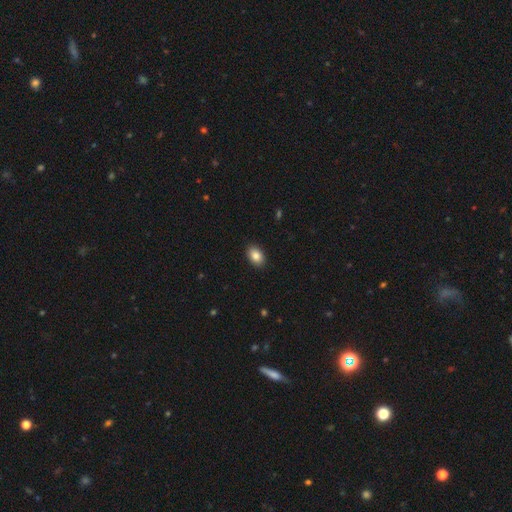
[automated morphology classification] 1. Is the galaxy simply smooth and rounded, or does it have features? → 85% smooth, 8% star or artifact, 7% featured or disk.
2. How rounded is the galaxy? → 85% in between, 14% round, 1% cigar-shaped.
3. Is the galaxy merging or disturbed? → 90% none, 7% minor disturbance, 2% major disturbance, 1% merger.